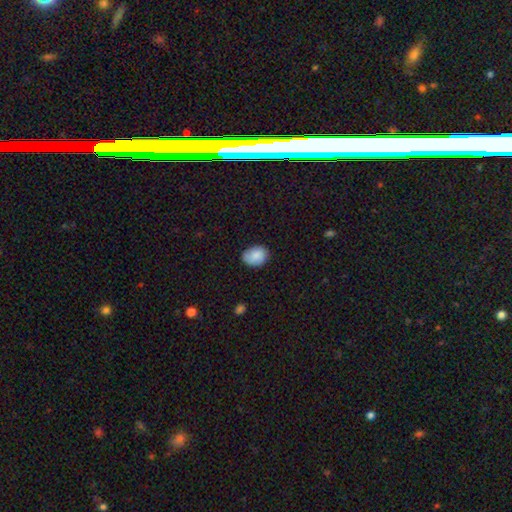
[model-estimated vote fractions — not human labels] smooth 84%, featured or disk 9%, star or artifact 7%. Down the decision tree: how rounded — in between (60%); merging — none (72%).